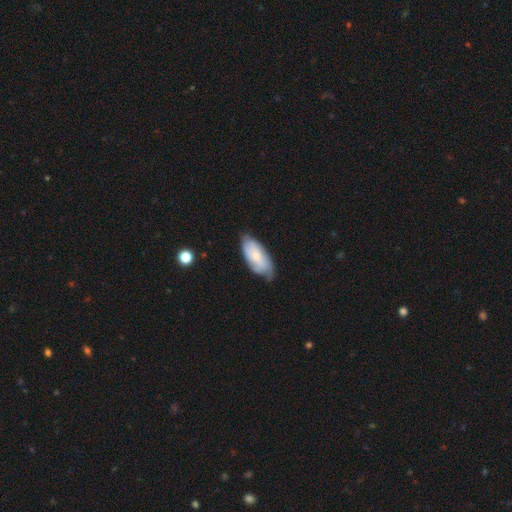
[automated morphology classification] Smooth or featured? smooth (54%)
How rounded? in between (87%)
Merging? none (59%)